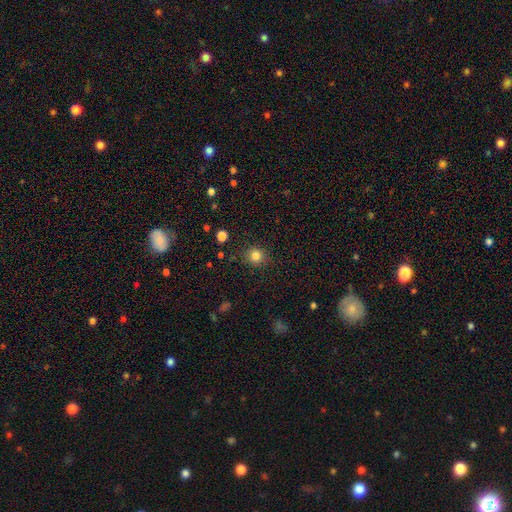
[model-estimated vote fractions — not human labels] Smooth or featured: smooth — 82% (star or artifact — 12%)
How rounded: round — 88% (in between — 11%)
Merging: none — 87% (minor disturbance — 8%)